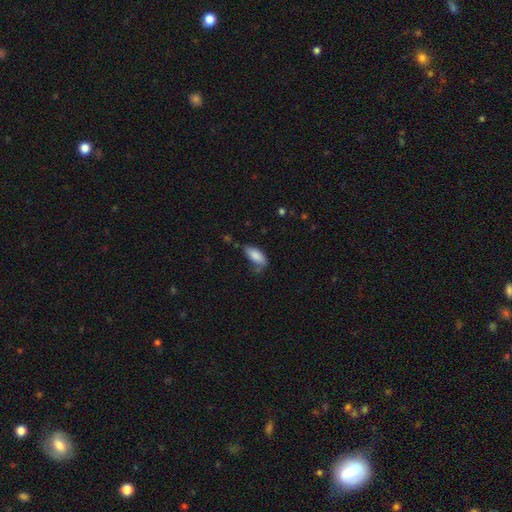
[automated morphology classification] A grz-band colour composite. It shows a smooth galaxy with no disk features (85%) that is in between round and cigar-shaped (88%). Merging: none (54%).